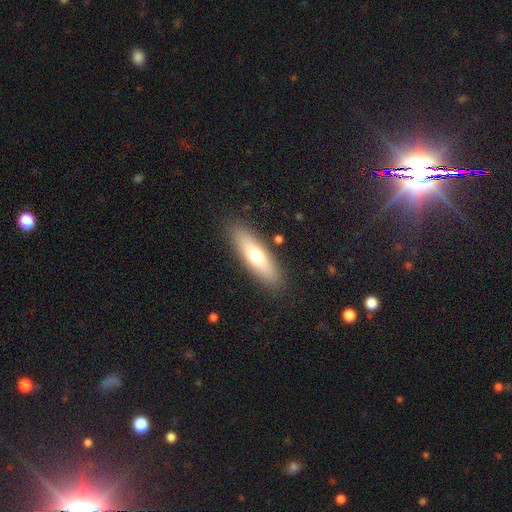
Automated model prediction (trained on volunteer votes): Smooth or featured? smooth (66%)
How rounded? cigar-shaped (60%)
Merging? none (87%)